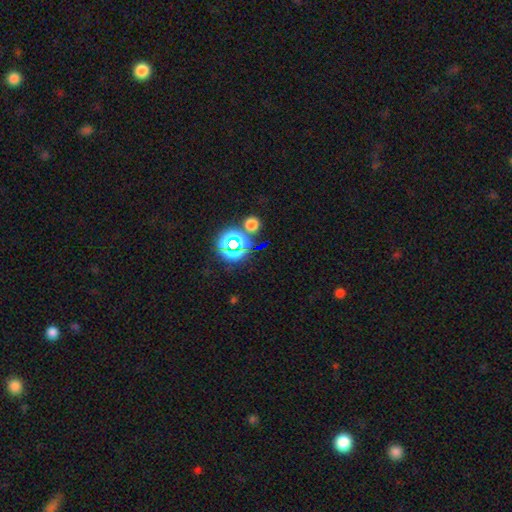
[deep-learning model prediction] Q: Smooth or featured?
A: star or artifact (66%); runner-up: smooth (26%)